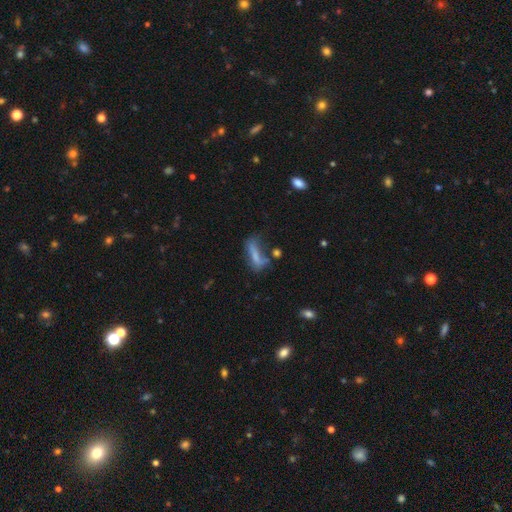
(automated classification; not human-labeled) Smooth or featured? smooth (63%)
How rounded? cigar-shaped (53%)
Merging? none (37%)